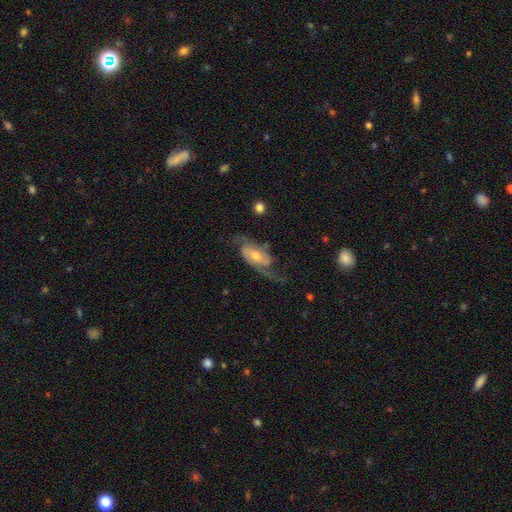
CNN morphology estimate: featured or disk 79%, smooth 15%, star or artifact 6%. Down the decision tree: edge-on disk — no (93%); bar — no (50%); spiral arms — yes (94%); spiral arm count — 2 (81%); spiral winding — loose (42%); bulge size — moderate (48%); merging — none (53%).